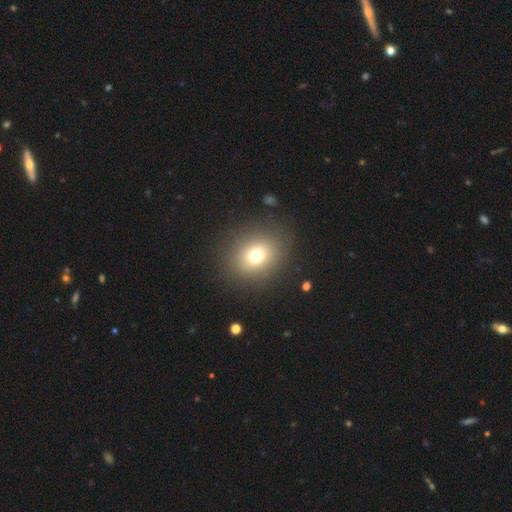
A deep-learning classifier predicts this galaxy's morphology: Smooth or featured? smooth (73%)
How rounded? round (71%)
Merging? none (86%)